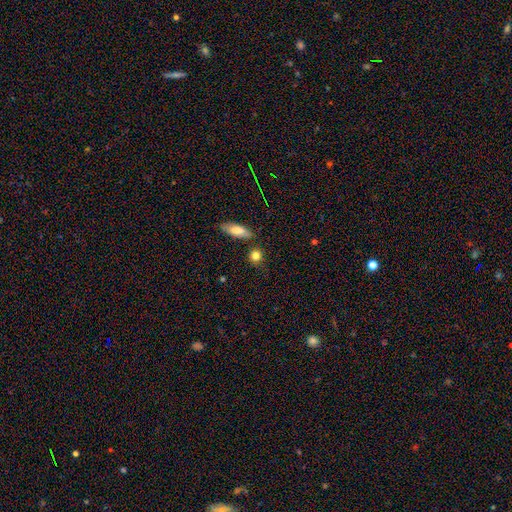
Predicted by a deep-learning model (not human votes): Smooth or featured: smooth — 83% (star or artifact — 10%)
How rounded: round — 78% (in between — 18%)
Merging: none — 81% (minor disturbance — 10%)